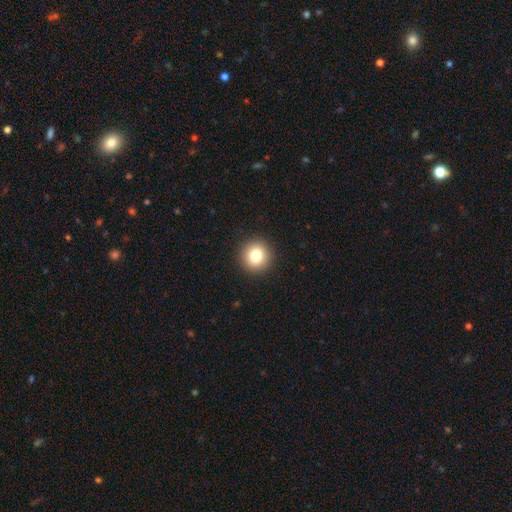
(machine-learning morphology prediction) Q: Smooth or featured?
A: smooth (81%); runner-up: star or artifact (11%)
Q: How rounded?
A: round (94%); runner-up: in between (5%)
Q: Merging?
A: none (93%); runner-up: minor disturbance (5%)